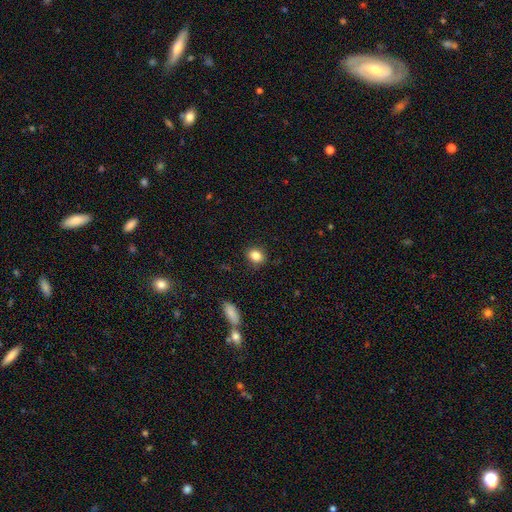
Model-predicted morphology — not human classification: Smooth or featured: smooth — 85% (star or artifact — 10%)
How rounded: round — 56% (in between — 43%)
Merging: none — 88% (minor disturbance — 9%)